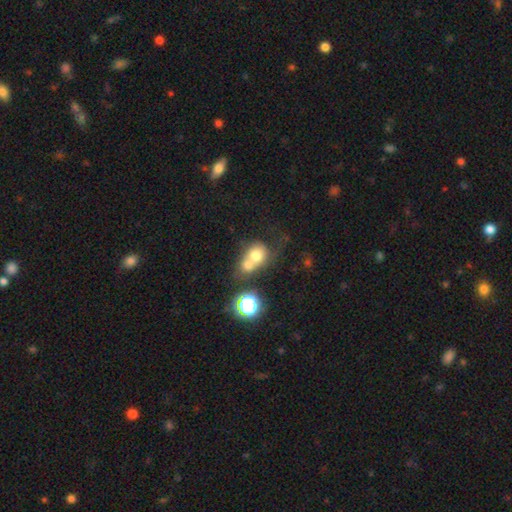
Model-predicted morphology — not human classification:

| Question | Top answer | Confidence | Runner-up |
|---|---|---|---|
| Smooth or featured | smooth | 67% | featured or disk (20%) |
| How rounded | round | 70% | in between (29%) |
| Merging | merger | 66% | none (21%) |